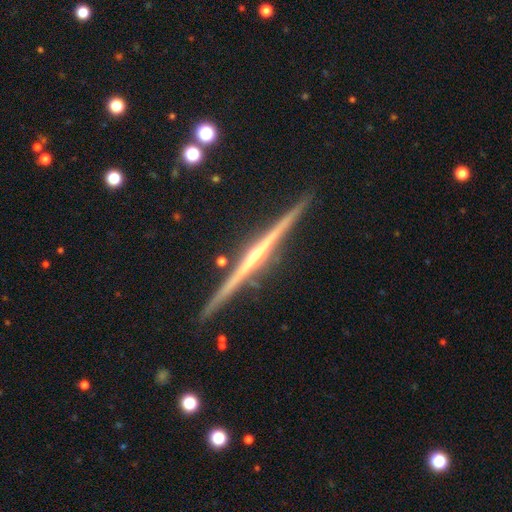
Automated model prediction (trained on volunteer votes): Q: Smooth or featured?
A: featured or disk (89%); runner-up: smooth (6%)
Q: Edge-on disk?
A: yes (99%); runner-up: no (1%)
Q: Edge-on bulge?
A: rounded (78%); runner-up: none (17%)
Q: Merging?
A: none (91%); runner-up: minor disturbance (6%)